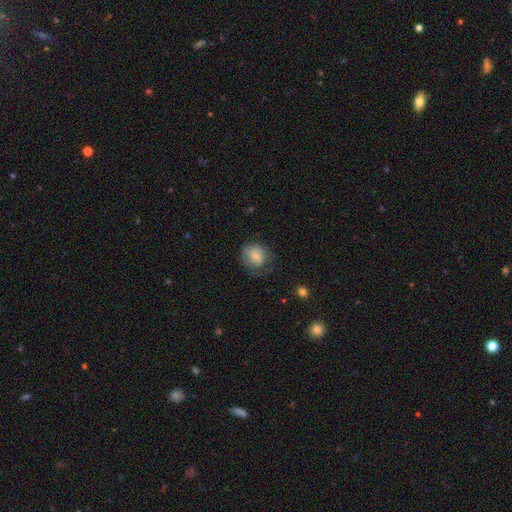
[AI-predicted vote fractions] This appears to be a smooth galaxy with no disk features (64%) that is round (70%). Merging: none (58%).